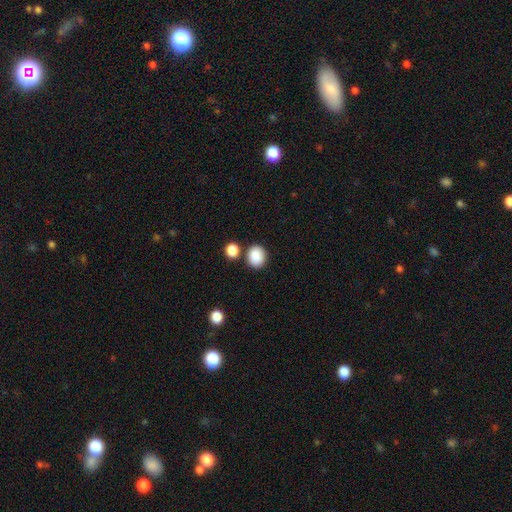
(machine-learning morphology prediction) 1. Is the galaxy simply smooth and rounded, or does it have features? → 88% smooth, 8% star or artifact, 4% featured or disk.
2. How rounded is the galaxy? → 67% round, 32% in between, 1% cigar-shaped.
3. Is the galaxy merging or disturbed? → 76% none, 11% merger, 10% minor disturbance, 3% major disturbance.